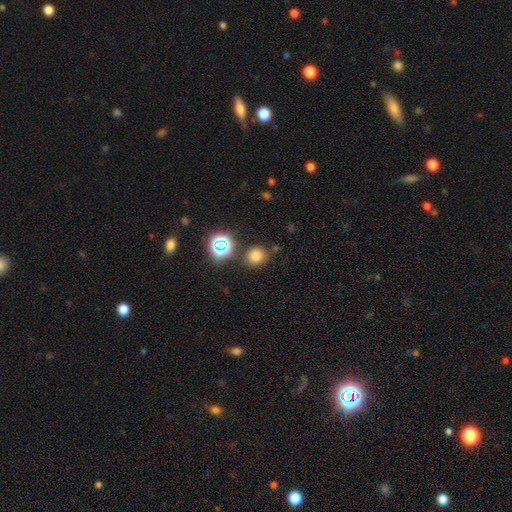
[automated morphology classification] Smooth or featured?
  - smooth: 74% *
  - star or artifact: 19%
  - featured or disk: 6%
How rounded?
  - round: 84% *
  - in between: 15%
  - cigar-shaped: 1%
Merging?
  - none: 81% *
  - minor disturbance: 10%
  - merger: 6%
  - major disturbance: 3%